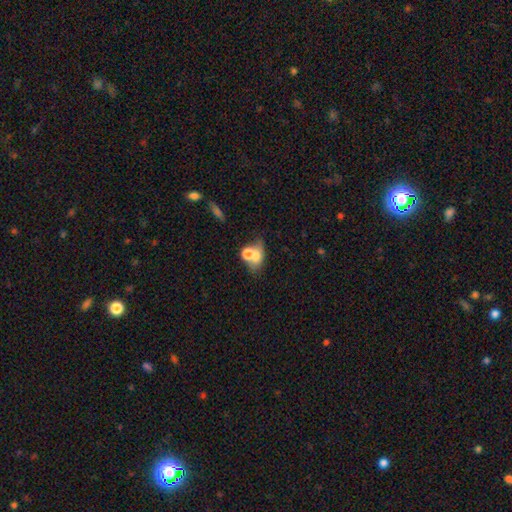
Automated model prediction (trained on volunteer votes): Morphology: type=smooth (66%); roundness=in between (66%); merging=merger (43%).